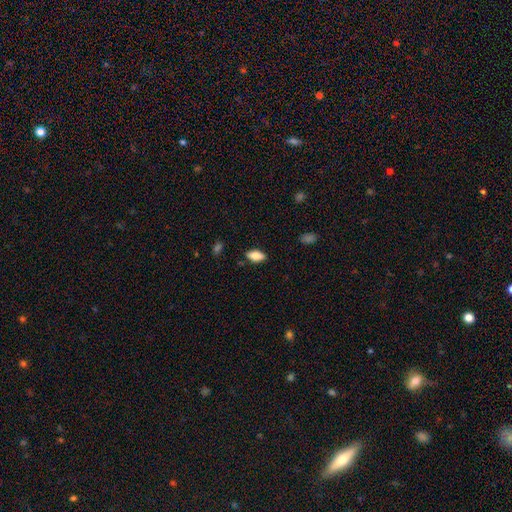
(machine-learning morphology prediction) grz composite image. It shows a smooth galaxy with no disk features (81%) that is in between round and cigar-shaped (87%). Merging: none (85%).